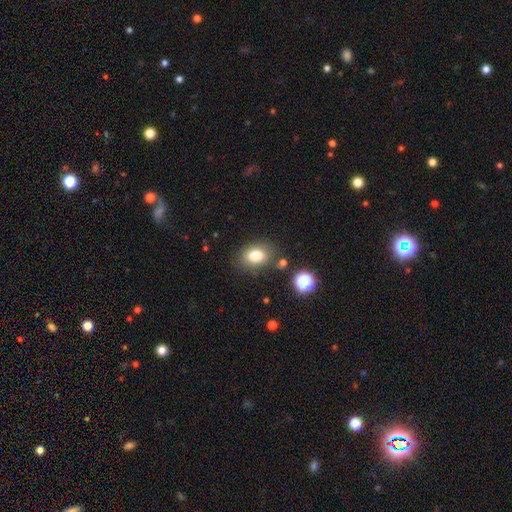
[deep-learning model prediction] A smooth galaxy with no disk features (79%) that is in between round and cigar-shaped (71%). Merging: none (77%).